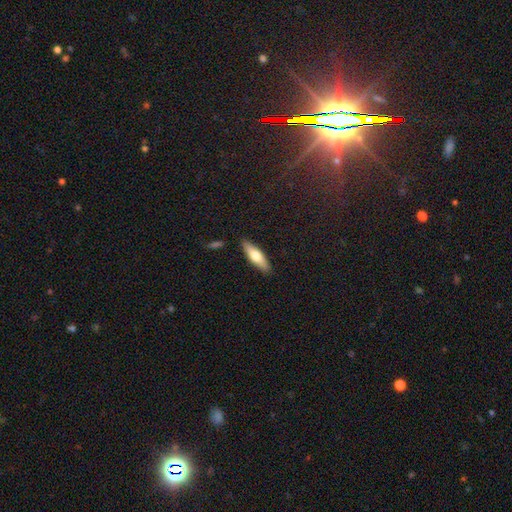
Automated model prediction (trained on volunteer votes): Smooth or featured?
  - smooth: 64% *
  - featured or disk: 31%
  - star or artifact: 6%
How rounded?
  - cigar-shaped: 58% *
  - in between: 40%
  - round: 2%
Merging?
  - none: 89% *
  - minor disturbance: 8%
  - major disturbance: 2%
  - merger: 2%